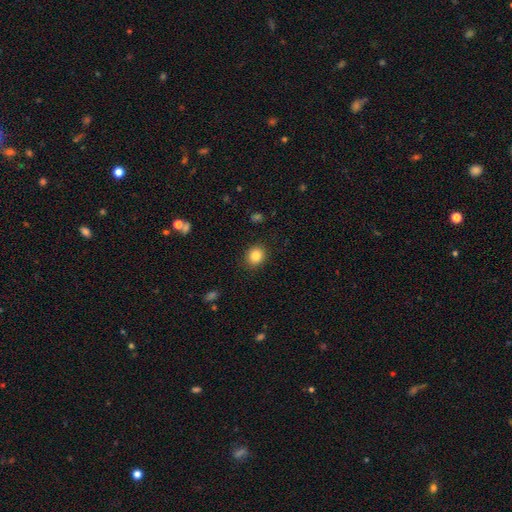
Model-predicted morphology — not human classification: smooth-or-featured: smooth: 84% | star or artifact: 10% | featured or disk: 6%
  how-rounded: round: 75% | in between: 24% | cigar-shaped: 1%
  merging: none: 89% | minor disturbance: 8% | major disturbance: 2% | merger: 1%